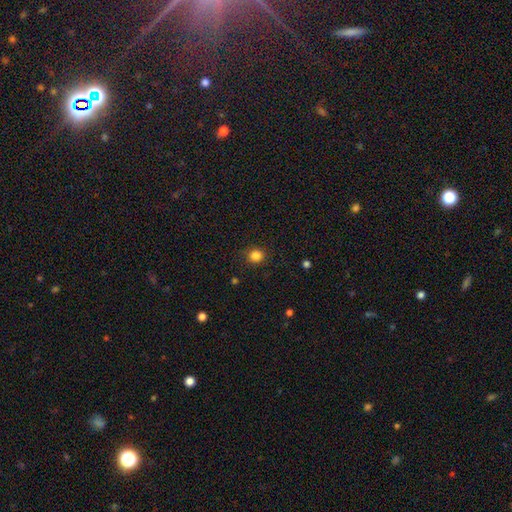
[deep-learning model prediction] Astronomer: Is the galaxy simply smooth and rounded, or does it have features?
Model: smooth — 84%.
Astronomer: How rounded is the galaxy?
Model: round — 90%.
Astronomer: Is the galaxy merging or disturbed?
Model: none — 88%.